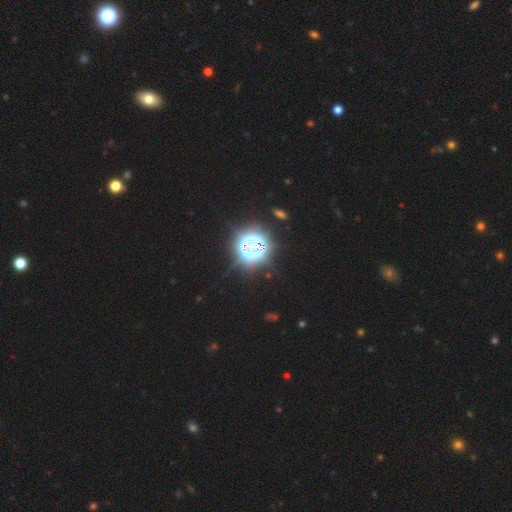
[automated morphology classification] type=star or artifact (82%).